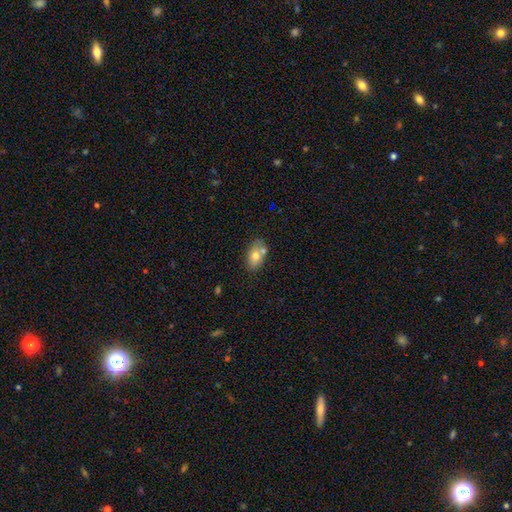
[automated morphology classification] Smooth or featured: smooth — 71% (featured or disk — 20%)
How rounded: in between — 86% (round — 12%)
Merging: none — 61% (merger — 20%)